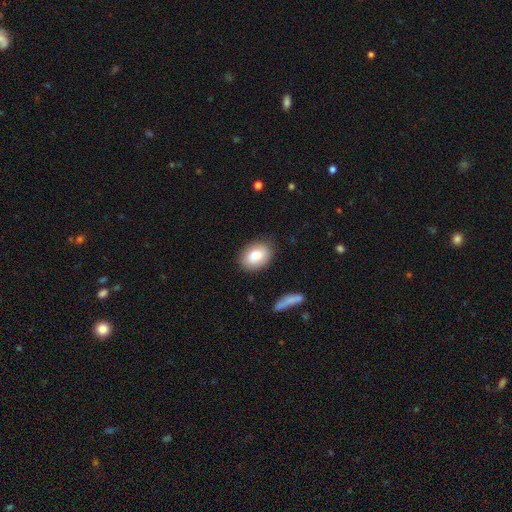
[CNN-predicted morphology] smooth 82%, featured or disk 11%, star or artifact 7%. Down the decision tree: how rounded — in between (73%); merging — none (83%).